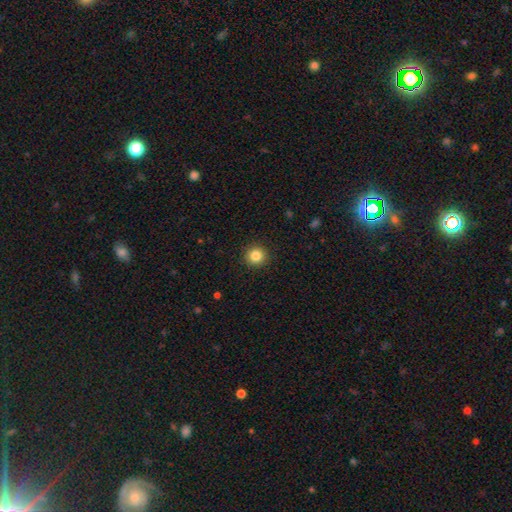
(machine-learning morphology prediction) Smooth or featured? smooth (84%)
How rounded? round (94%)
Merging? none (92%)